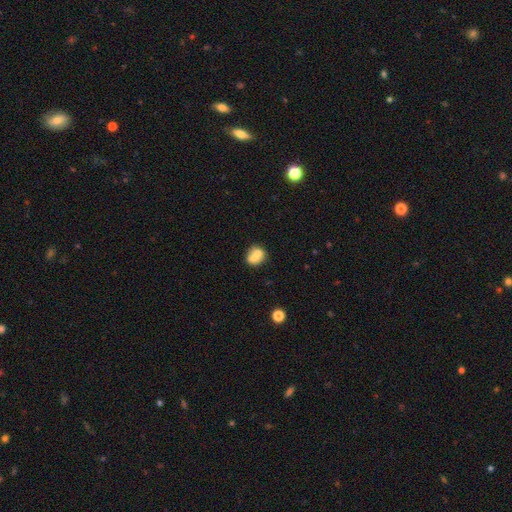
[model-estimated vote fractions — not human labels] This is likely a smooth galaxy (67%). How rounded: likely round (71%). Merging: likely merger (61%).